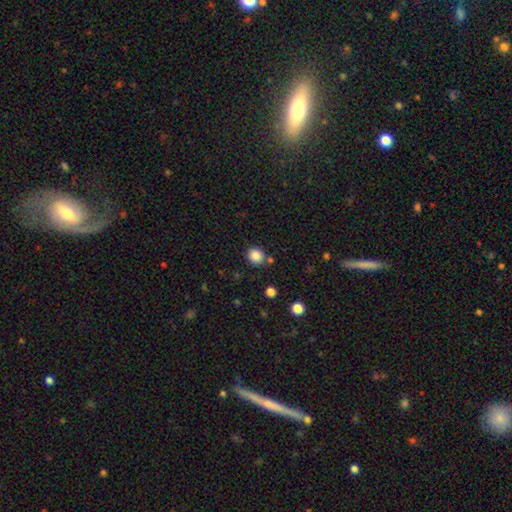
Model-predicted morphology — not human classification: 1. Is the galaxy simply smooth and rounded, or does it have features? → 86% smooth, 11% star or artifact, 3% featured or disk.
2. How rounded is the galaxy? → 79% round, 20% in between, 1% cigar-shaped.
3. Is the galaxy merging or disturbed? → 82% none, 10% minor disturbance, 6% merger, 3% major disturbance.